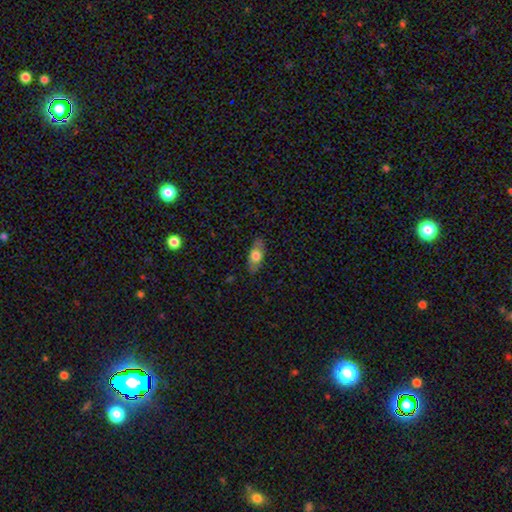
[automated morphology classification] Smooth or featured? Predicted: smooth (p=0.66). How rounded? Predicted: in between (p=0.84). Merging? Predicted: none (p=0.84).